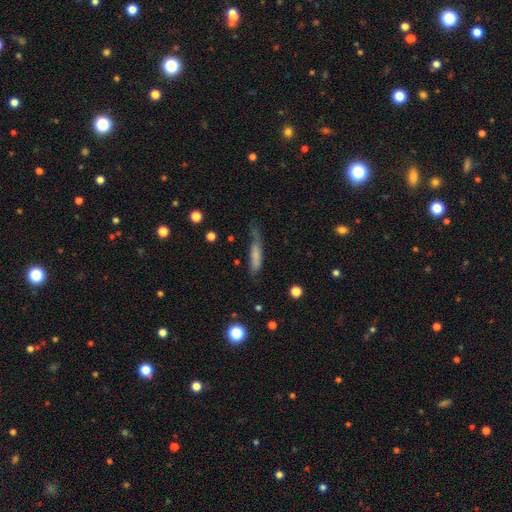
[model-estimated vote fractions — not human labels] Smooth or featured? smooth (67%)
How rounded? cigar-shaped (77%)
Merging? none (43%)